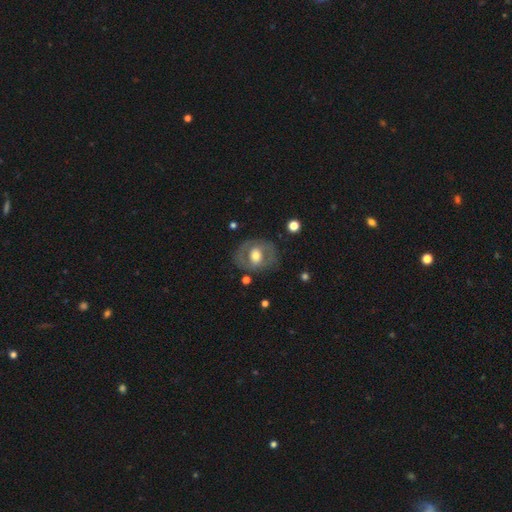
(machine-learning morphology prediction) This is possibly a featured or disk galaxy (56%). It is clearly not viewed edge-on (95%). Bar: likely no (62%). Spiral arm pattern: likely no (73%). Central bulge: likely moderate (61%). Merging: likely none (71%).